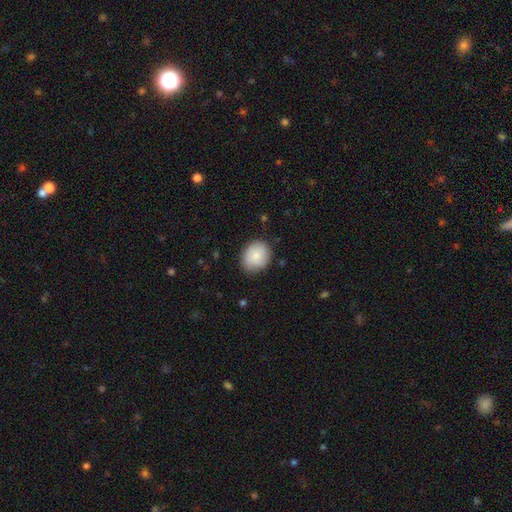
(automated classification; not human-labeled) Smooth or featured: smooth — 85% (featured or disk — 8%)
How rounded: round — 61% (in between — 38%)
Merging: none — 80% (minor disturbance — 16%)